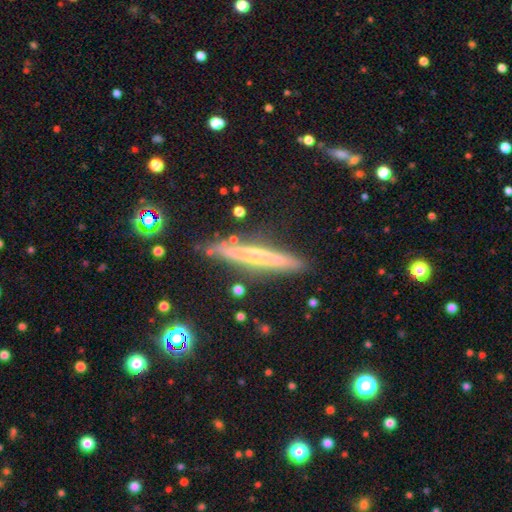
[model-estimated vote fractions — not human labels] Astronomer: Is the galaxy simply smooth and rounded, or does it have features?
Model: featured or disk — 60%.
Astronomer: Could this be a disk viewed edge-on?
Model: yes — 94%.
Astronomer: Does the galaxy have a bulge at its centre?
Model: rounded — 52% (runner-up: none, 41%).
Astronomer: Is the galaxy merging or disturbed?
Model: none — 84%.